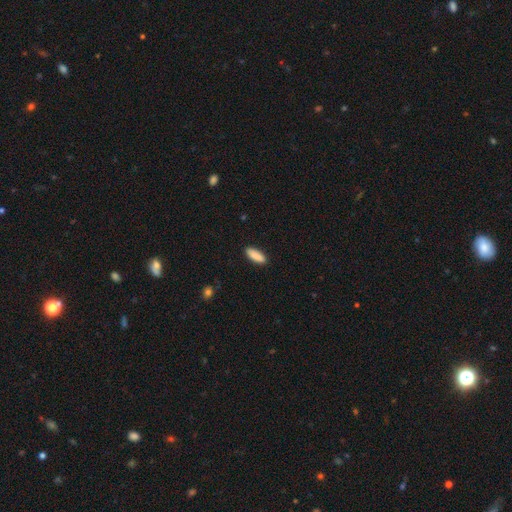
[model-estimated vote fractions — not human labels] Smooth or featured: smooth — 90% (star or artifact — 6%)
How rounded: in between — 63% (cigar-shaped — 35%)
Merging: none — 89% (minor disturbance — 8%)